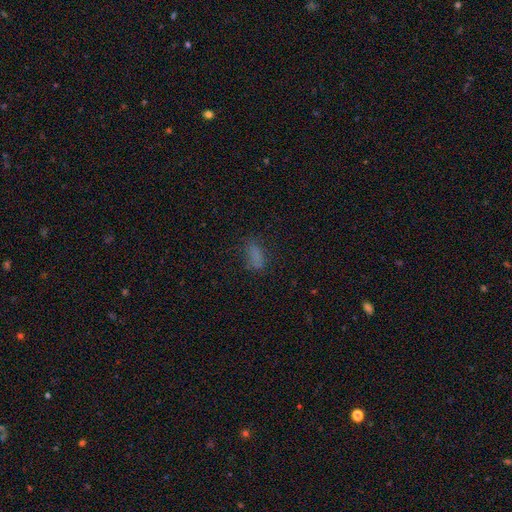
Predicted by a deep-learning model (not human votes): Smooth or featured? smooth (73%)
How rounded? in between (85%)
Merging? none (63%)